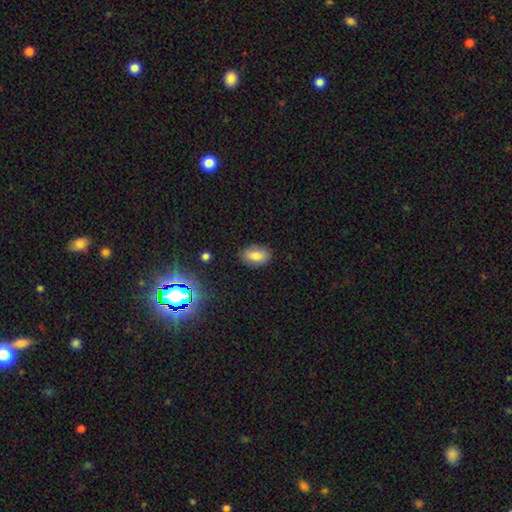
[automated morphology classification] Smooth or featured?
  - smooth: 80% *
  - featured or disk: 10%
  - star or artifact: 9%
How rounded?
  - in between: 91% *
  - round: 7%
  - cigar-shaped: 2%
Merging?
  - none: 85% *
  - minor disturbance: 11%
  - major disturbance: 2%
  - merger: 1%